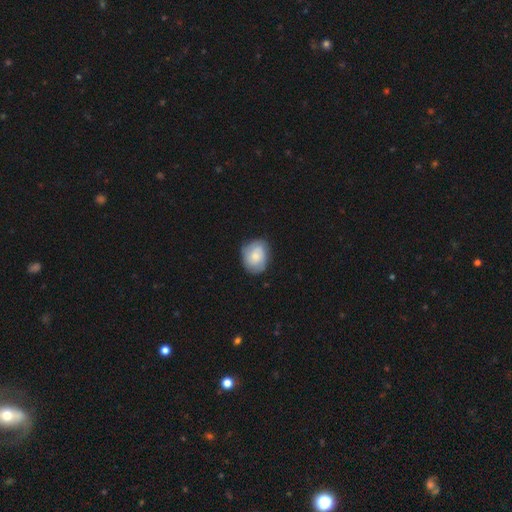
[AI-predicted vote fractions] This appears to be a smooth galaxy with no disk features (67%) that is in between round and cigar-shaped (55%). Merging: none (72%).